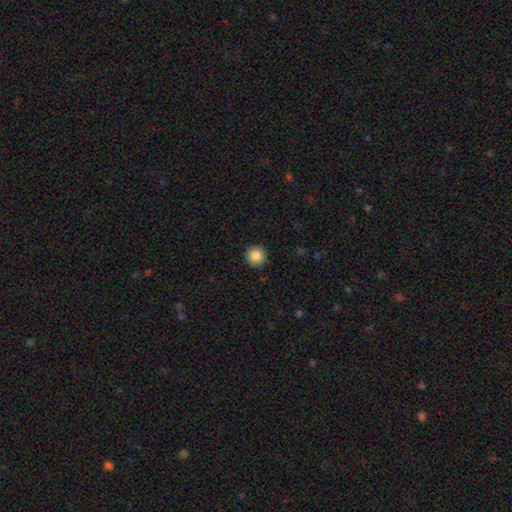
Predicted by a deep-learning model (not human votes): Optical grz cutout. It shows a smooth galaxy with no disk features (86%) that is round (95%). Merging: none (92%).